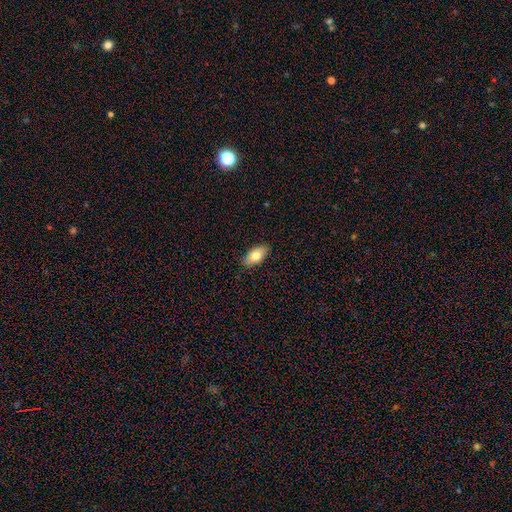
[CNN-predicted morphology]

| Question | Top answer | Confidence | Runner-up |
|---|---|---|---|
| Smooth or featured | smooth | 79% | featured or disk (14%) |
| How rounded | in between | 91% | cigar-shaped (6%) |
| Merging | none | 87% | minor disturbance (10%) |